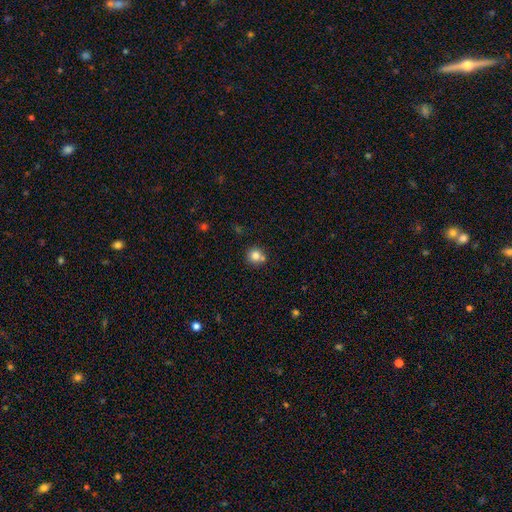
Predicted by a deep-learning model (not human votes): Smooth or featured? smooth (81%)
How rounded? round (90%)
Merging? none (65%)